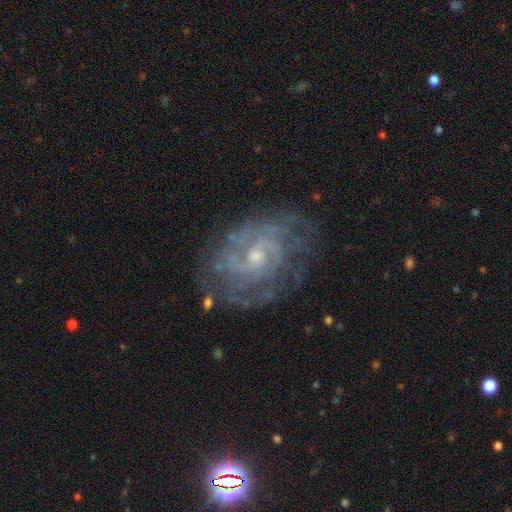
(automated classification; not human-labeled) featured or disk 86%, star or artifact 7%, smooth 7%. Down the decision tree: edge-on disk — no (97%); bar — no (56%); spiral arms — yes (94%); spiral arm count — 2 (34%); spiral winding — tight (62%); bulge size — small (59%); merging — none (73%).